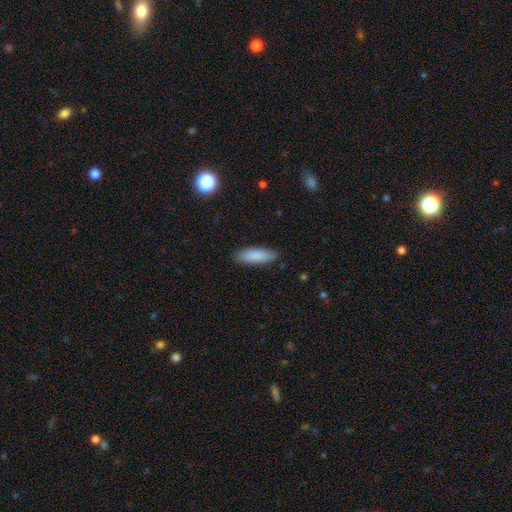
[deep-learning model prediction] A smooth galaxy with no disk features (87%) that is in between round and cigar-shaped (53%).

Vote fractions:
- Smooth or featured? smooth: 87% / featured or disk: 7% / star or artifact: 6%
- How rounded? in between: 53% / cigar-shaped: 46% / round: 2%
- Merging? none: 87% / minor disturbance: 10% / major disturbance: 2% / merger: 1%